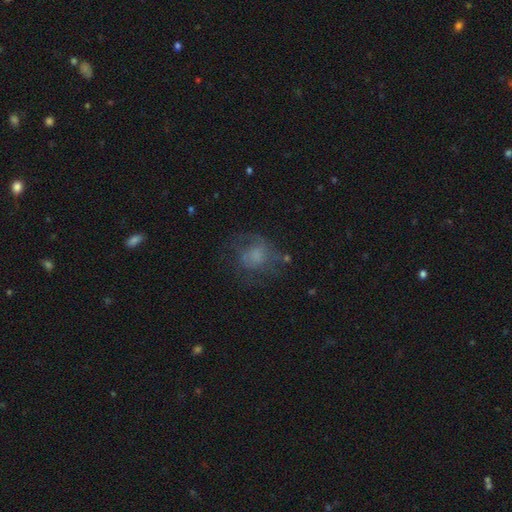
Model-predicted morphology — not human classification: This appears to be a smooth galaxy with no disk features (48%). Merging: none (52%).